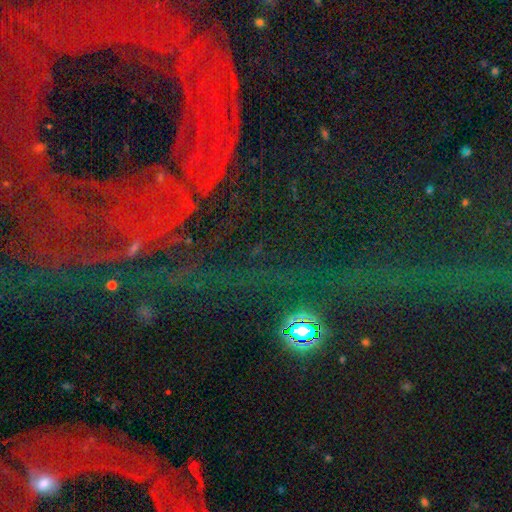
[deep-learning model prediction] Smooth or featured?
  - star or artifact: 76% *
  - featured or disk: 13%
  - smooth: 11%